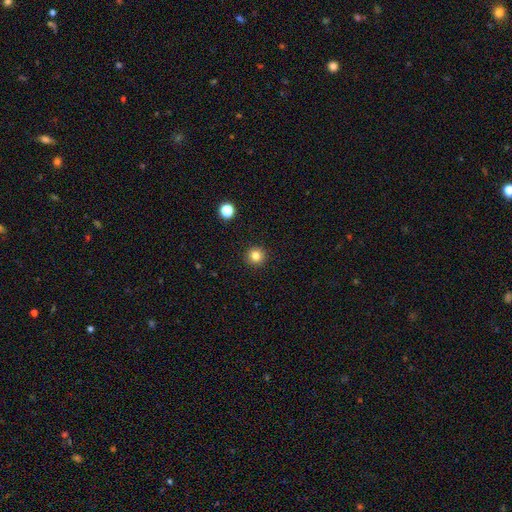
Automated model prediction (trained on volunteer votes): This is clearly a smooth galaxy (82%). How rounded: clearly round (94%). Merging: clearly none (93%).